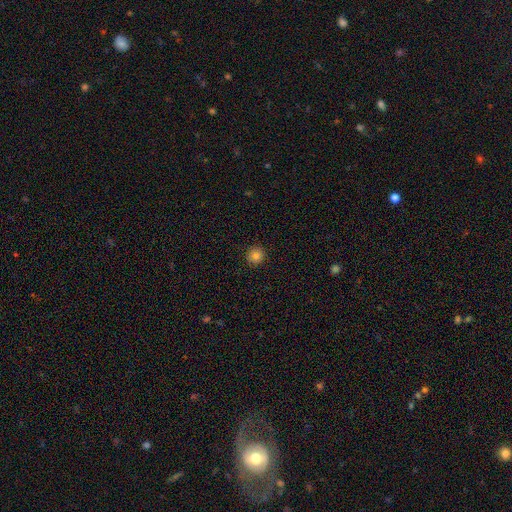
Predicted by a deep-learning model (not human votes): Overall: smooth (83%). How rounded: round (94%). Merging: none (92%).